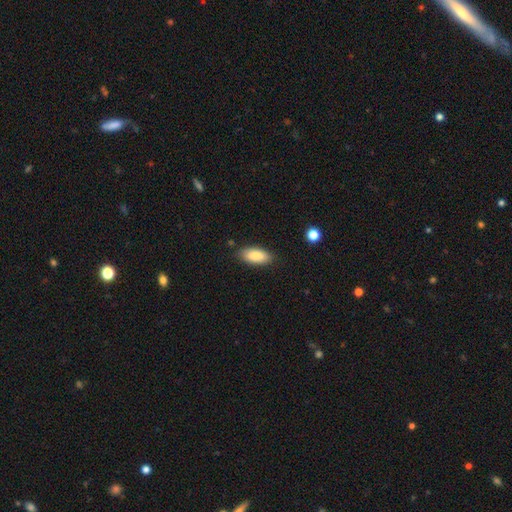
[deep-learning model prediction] The model was most divided on "merging": none: 84%, minor disturbance: 12%, major disturbance: 2%, merger: 2%. More confident: smooth or featured — smooth (87%); how rounded — in between (87%).